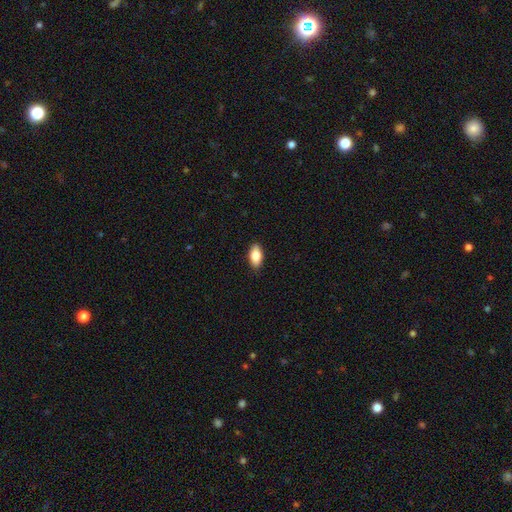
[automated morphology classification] type=smooth (84%); roundness=in between (92%); merging=none (89%).